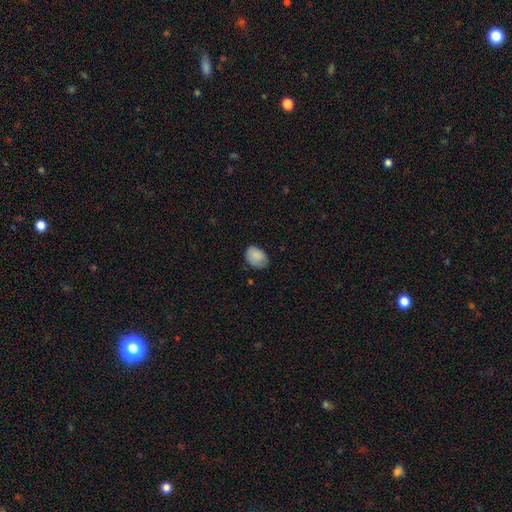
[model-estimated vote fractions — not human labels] Smooth or featured?
  - smooth: 86% *
  - star or artifact: 8%
  - featured or disk: 6%
How rounded?
  - in between: 71% *
  - round: 28%
  - cigar-shaped: 1%
Merging?
  - none: 68% *
  - minor disturbance: 26%
  - major disturbance: 5%
  - merger: 1%